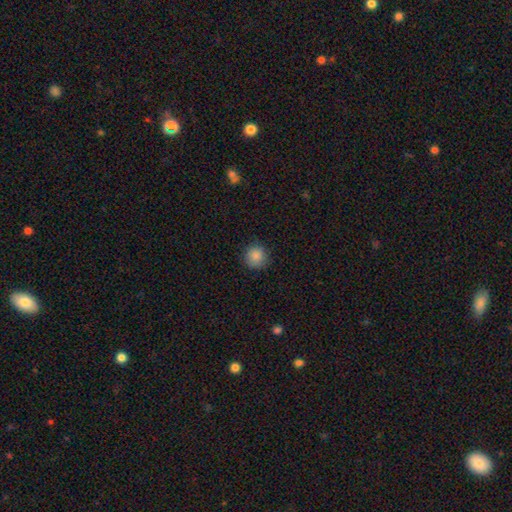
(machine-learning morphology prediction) smooth-or-featured: smooth: 86% | star or artifact: 10% | featured or disk: 4%
  how-rounded: round: 94% | in between: 5% | cigar-shaped: 1%
  merging: none: 88% | minor disturbance: 9% | major disturbance: 2% | merger: 1%